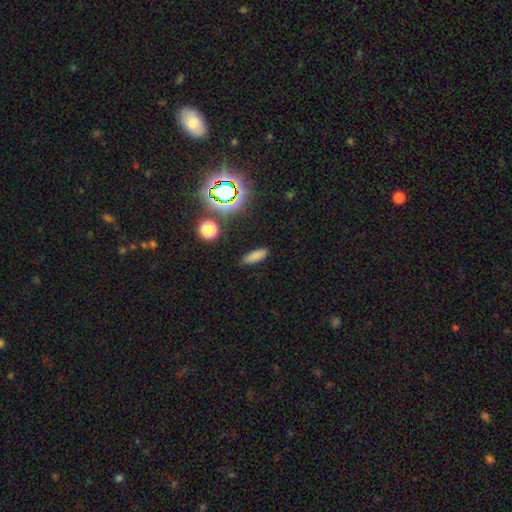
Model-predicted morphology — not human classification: The model was most divided on "how rounded": in between: 51%, cigar-shaped: 45%, round: 4%. More confident: merging — none (86%); smooth or featured — smooth (77%).